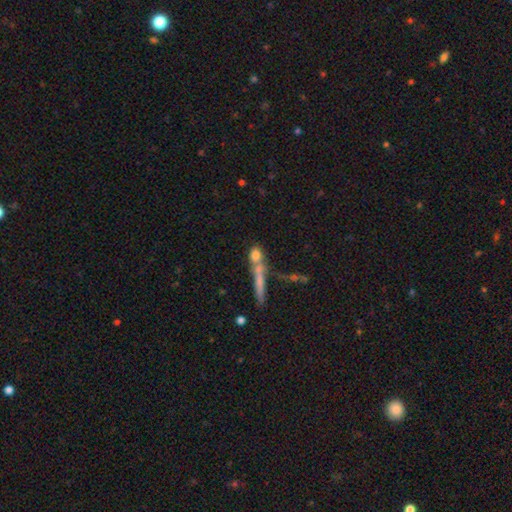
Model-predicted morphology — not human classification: type=smooth (70%); roundness=round (39%); merging=none (46%).